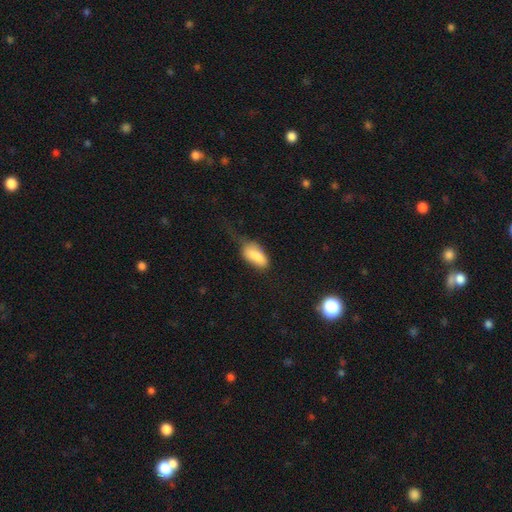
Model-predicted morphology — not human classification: A smooth galaxy with no disk features (79%) that is in between round and cigar-shaped (89%).

Vote fractions:
- Smooth or featured? smooth: 79% / featured or disk: 13% / star or artifact: 8%
- How rounded? in between: 89% / cigar-shaped: 8% / round: 3%
- Merging? minor disturbance: 33% / major disturbance: 29% / none: 28% / merger: 10%